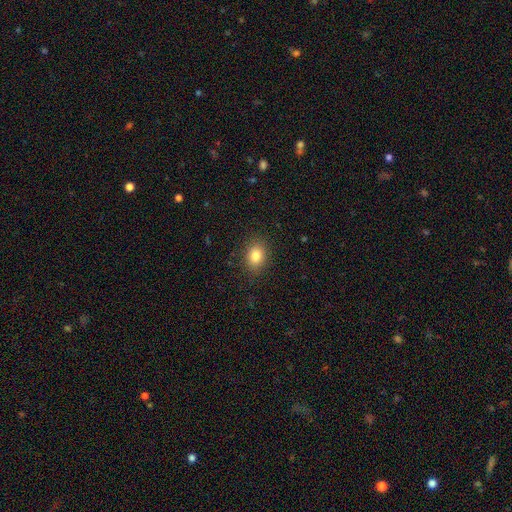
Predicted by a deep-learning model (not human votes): smooth-or-featured: smooth: 83% | star or artifact: 10% | featured or disk: 7%
  how-rounded: in between: 63% | round: 36% | cigar-shaped: 1%
  merging: none: 88% | minor disturbance: 9% | major disturbance: 3% | merger: 1%